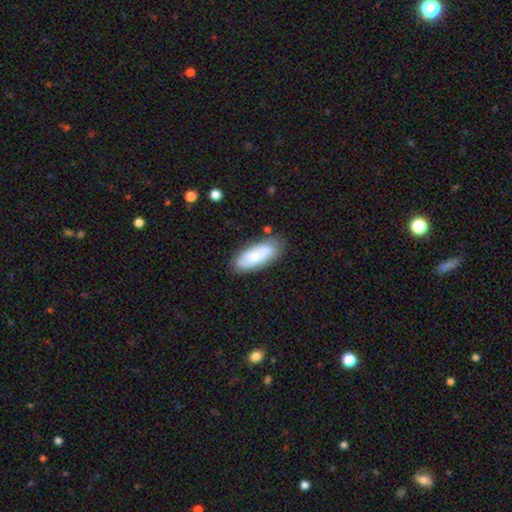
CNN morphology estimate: smooth 66%, featured or disk 28%, star or artifact 6%. Down the decision tree: how rounded — in between (82%); merging — none (75%).